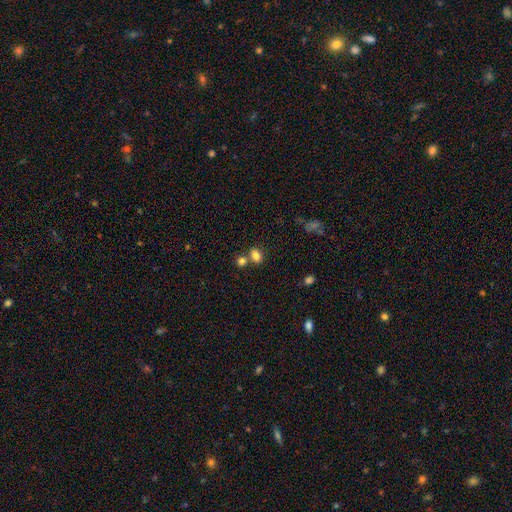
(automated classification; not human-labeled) This is clearly a smooth galaxy (82%). How rounded: likely in between (74%). Merging: possibly none (56%).